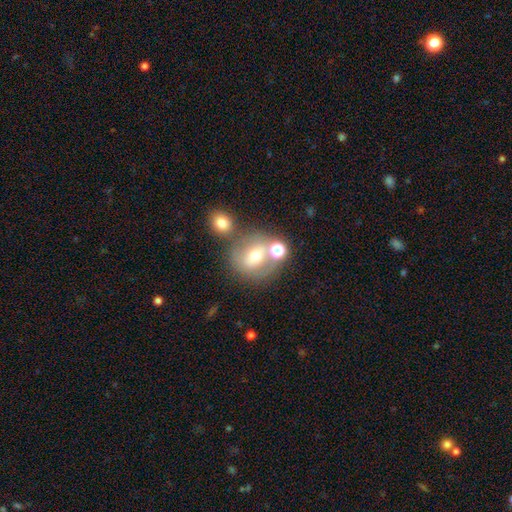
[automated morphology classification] Smooth or featured? Predicted: smooth (p=0.55). How rounded? Predicted: round (p=0.77). Merging? Predicted: none (p=0.51).